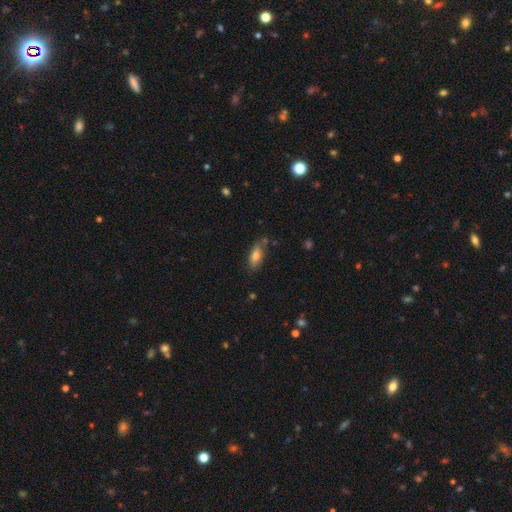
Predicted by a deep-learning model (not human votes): This is likely a smooth galaxy (76%). How rounded: likely in between (73%). Merging: likely none (72%).